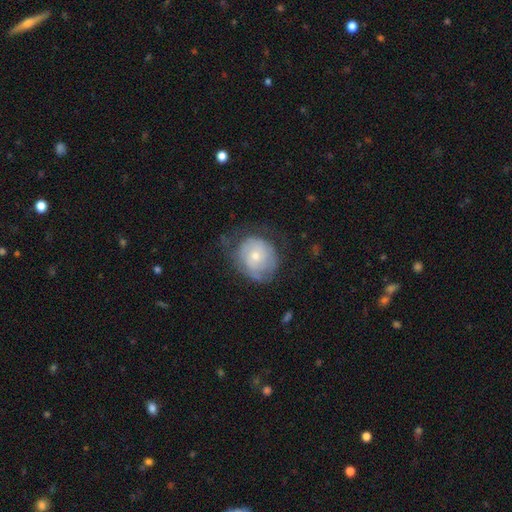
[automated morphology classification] Smooth or featured: smooth — 47% (featured or disk — 45%)
Merging: none — 52% (minor disturbance — 28%)